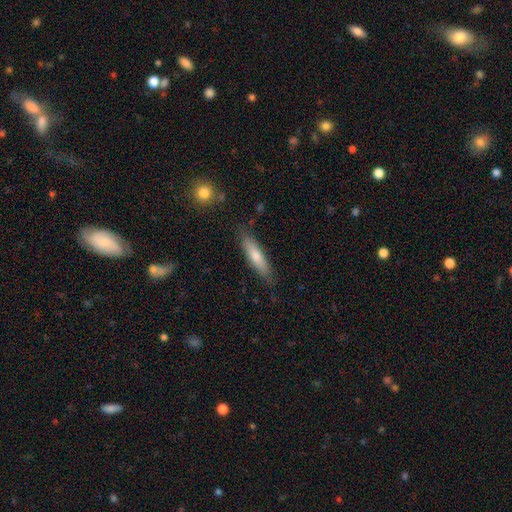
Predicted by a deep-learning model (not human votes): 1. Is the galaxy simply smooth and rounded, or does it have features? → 66% smooth, 27% featured or disk, 6% star or artifact.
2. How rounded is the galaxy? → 78% cigar-shaped, 21% in between, 2% round.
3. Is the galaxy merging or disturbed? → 83% none, 13% minor disturbance, 2% major disturbance, 2% merger.